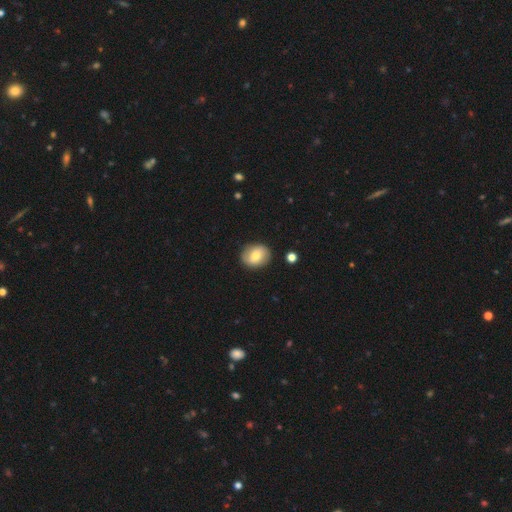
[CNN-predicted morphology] This is likely a smooth galaxy (69%). How rounded: possibly round (56%). Merging: clearly none (86%).